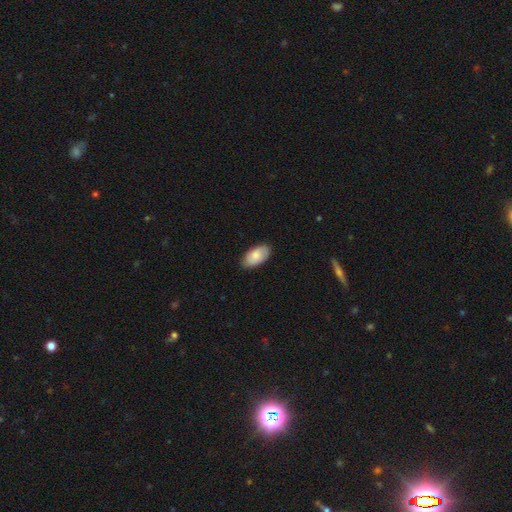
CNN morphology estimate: smooth 80%, featured or disk 14%, star or artifact 6%. Down the decision tree: how rounded — in between (95%); merging — none (83%).